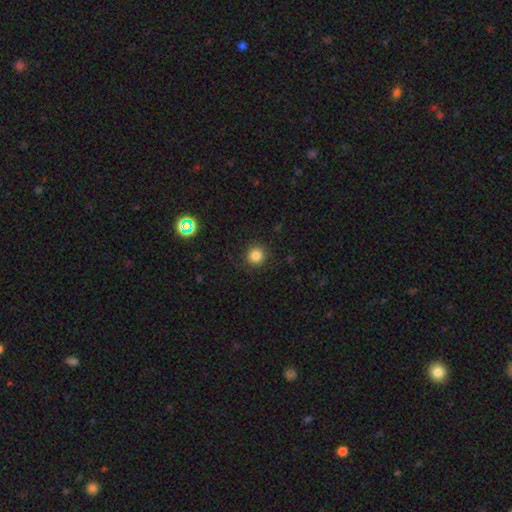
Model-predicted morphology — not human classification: Overall: smooth (83%). How rounded: round (94%). Merging: none (90%).